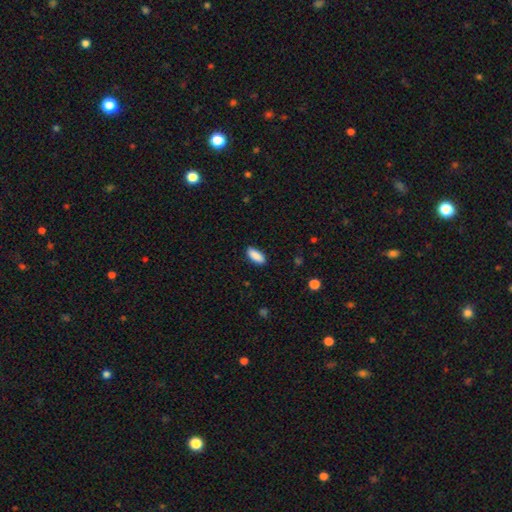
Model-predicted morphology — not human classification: smooth_or_featured: smooth (p=0.90) [alt: star or artifact p=0.06]
how_rounded: in between (p=0.83) [alt: cigar-shaped p=0.15]
merging: none (p=0.88) [alt: minor disturbance p=0.09]